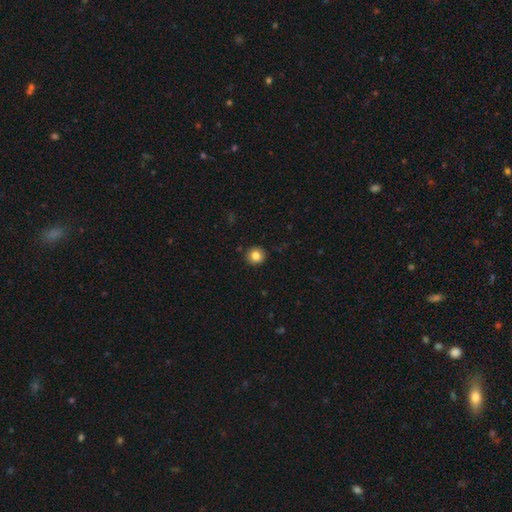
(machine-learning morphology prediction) The model was most divided on "smooth or featured": smooth: 83%, star or artifact: 10%, featured or disk: 7%. More confident: how rounded — round (93%); merging — none (92%).